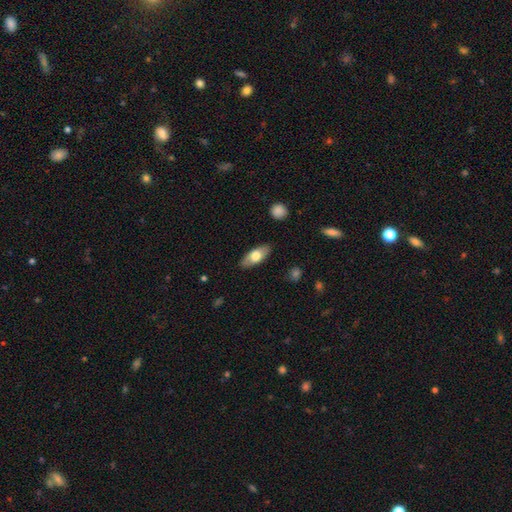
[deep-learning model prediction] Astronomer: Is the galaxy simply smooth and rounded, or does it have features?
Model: smooth — 66%.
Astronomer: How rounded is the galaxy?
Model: in between — 83%.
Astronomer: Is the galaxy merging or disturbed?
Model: none — 85%.